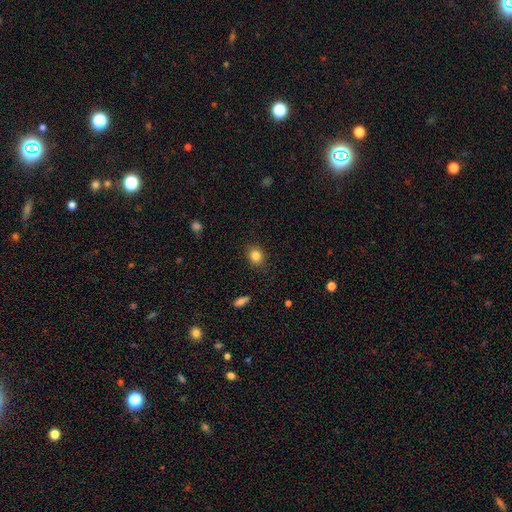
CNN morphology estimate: Smooth or featured: smooth — 84% (star or artifact — 11%)
How rounded: round — 65% (in between — 34%)
Merging: none — 87% (minor disturbance — 10%)